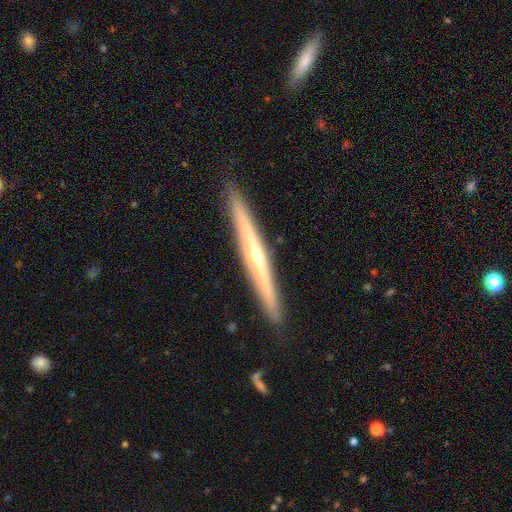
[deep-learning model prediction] Smooth or featured? featured or disk (73%)
Edge-on disk? yes (97%)
Edge-on bulge? rounded (72%)
Merging? none (92%)